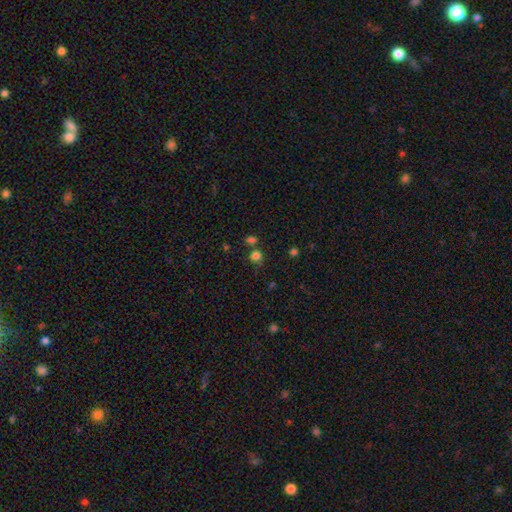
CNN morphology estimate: Overall: smooth (78%). How rounded: round (82%). Merging: none (65%).